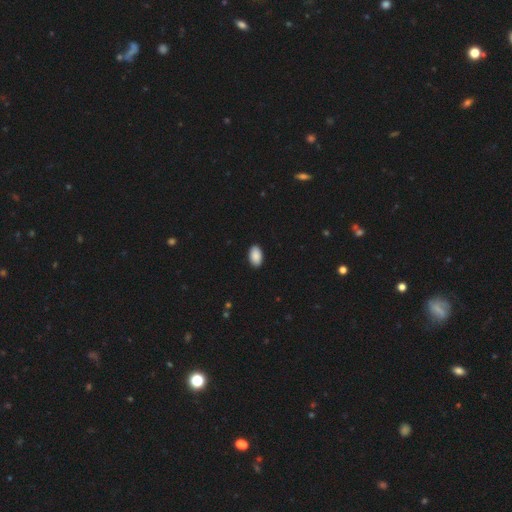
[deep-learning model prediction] Overall: smooth (90%). How rounded: in between (94%). Merging: none (91%).